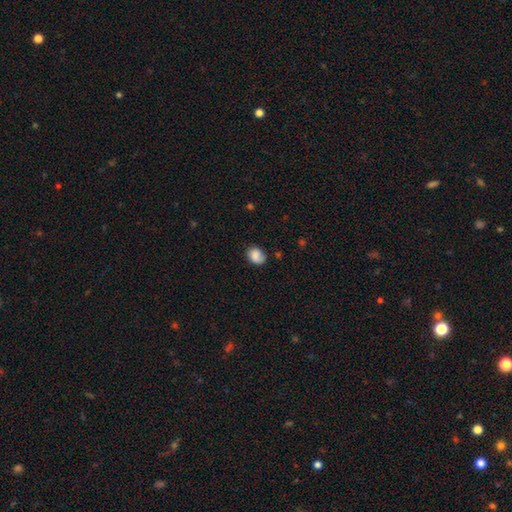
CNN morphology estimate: smooth 79%, featured or disk 12%, star or artifact 8%. Down the decision tree: how rounded — in between (59%); merging — none (62%).